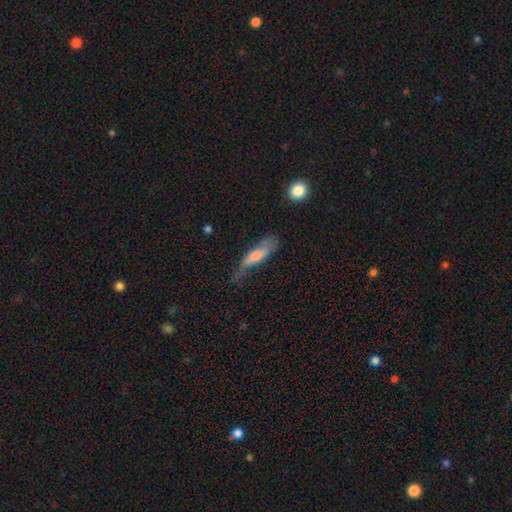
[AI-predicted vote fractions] Smooth or featured?
  - smooth: 47% *
  - featured or disk: 45%
  - star or artifact: 8%
Merging?
  - none: 43% *
  - minor disturbance: 34%
  - major disturbance: 20%
  - merger: 3%